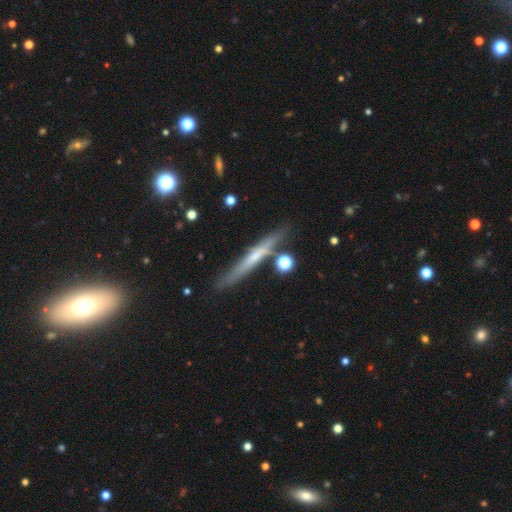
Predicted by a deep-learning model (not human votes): featured or disk 53%, smooth 40%, star or artifact 7%. Down the decision tree: edge-on disk — yes (92%); merging — none (77%).